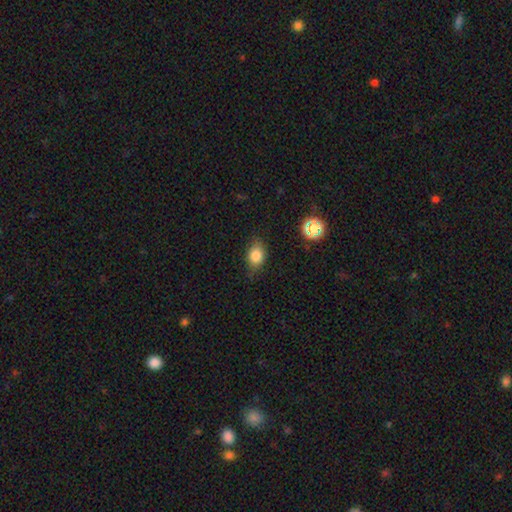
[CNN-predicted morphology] Smooth or featured? smooth (81%)
How rounded? in between (68%)
Merging? none (74%)